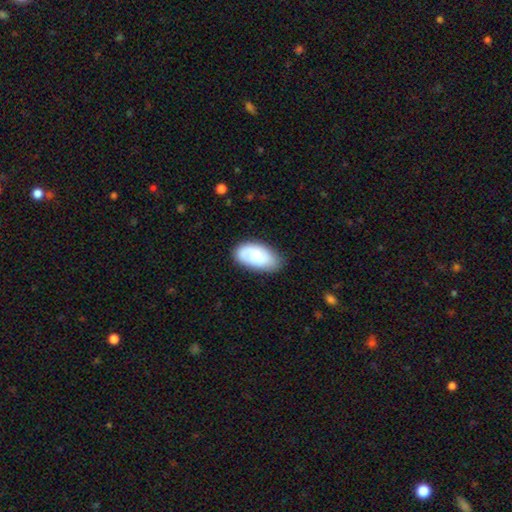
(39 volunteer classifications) Volunteers were most divided on "merging": none: 53%, minor disturbance: 37%, major disturbance: 11%, merger: 0%. More confident: how rounded — in between (97%); smooth or featured — smooth (77%).